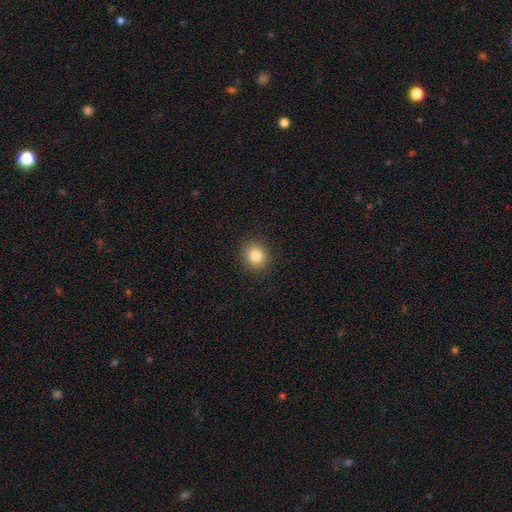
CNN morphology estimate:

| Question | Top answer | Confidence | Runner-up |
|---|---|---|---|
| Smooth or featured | smooth | 83% | star or artifact (11%) |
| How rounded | round | 80% | in between (19%) |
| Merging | none | 91% | minor disturbance (6%) |